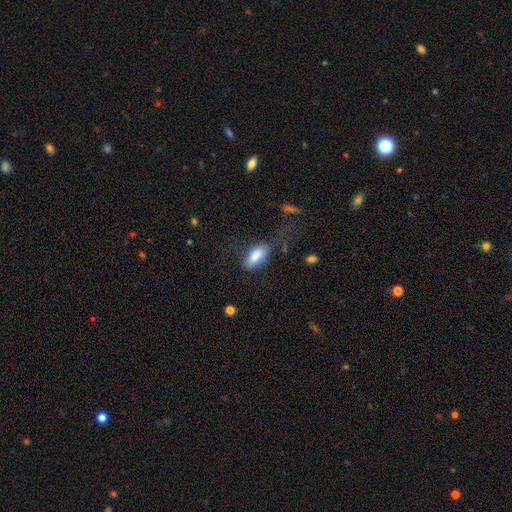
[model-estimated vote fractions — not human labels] smooth_or_featured: smooth (p=0.82) [alt: featured or disk p=0.11]
how_rounded: in between (p=0.84) [alt: cigar-shaped p=0.14]
merging: none (p=0.61) [alt: minor disturbance p=0.21]